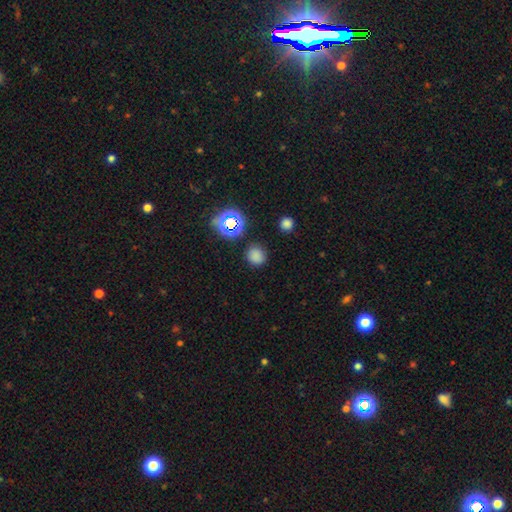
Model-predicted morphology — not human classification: smooth 75%, star or artifact 20%, featured or disk 5%. Down the decision tree: how rounded — round (86%); merging — none (85%).